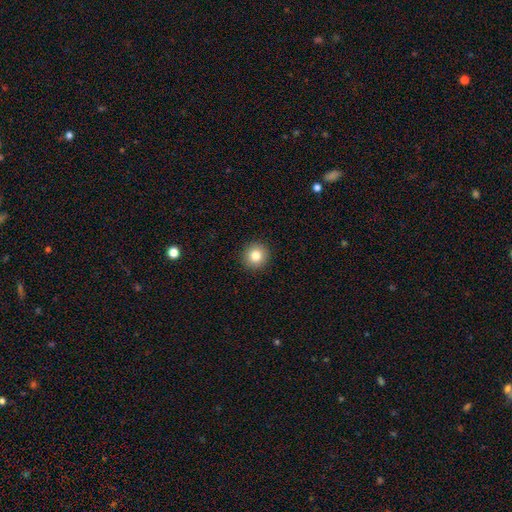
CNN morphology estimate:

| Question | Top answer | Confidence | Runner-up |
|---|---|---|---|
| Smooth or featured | smooth | 82% | star or artifact (11%) |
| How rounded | round | 95% | in between (5%) |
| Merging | none | 93% | minor disturbance (4%) |